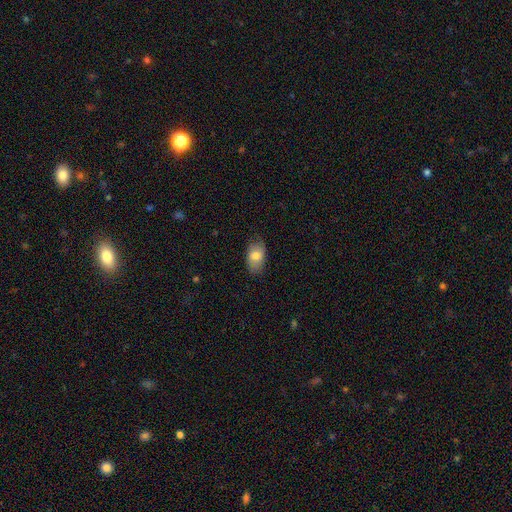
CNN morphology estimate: Overall: smooth (79%). How rounded: in between (91%). Merging: none (77%).